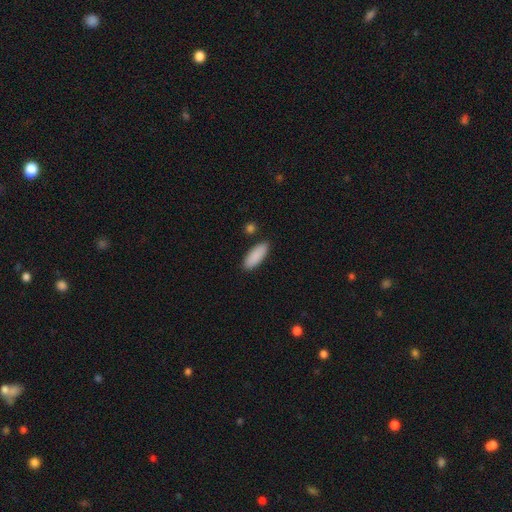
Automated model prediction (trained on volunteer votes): Smooth or featured? smooth (89%)
How rounded? in between (73%)
Merging? none (86%)